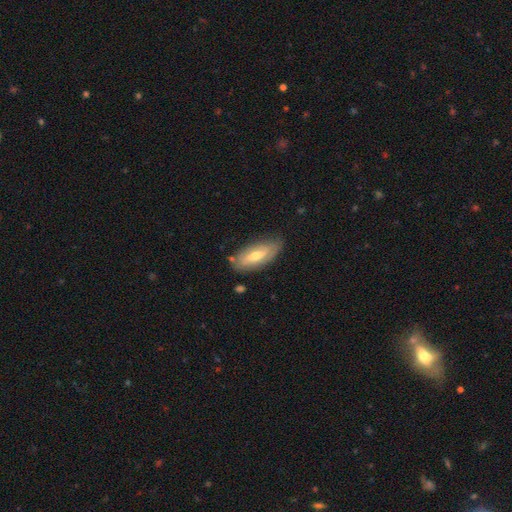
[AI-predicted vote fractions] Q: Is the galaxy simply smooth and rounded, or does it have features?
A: featured or disk — 50%.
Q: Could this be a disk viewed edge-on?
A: no — 74%.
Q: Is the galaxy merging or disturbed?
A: none — 76%.